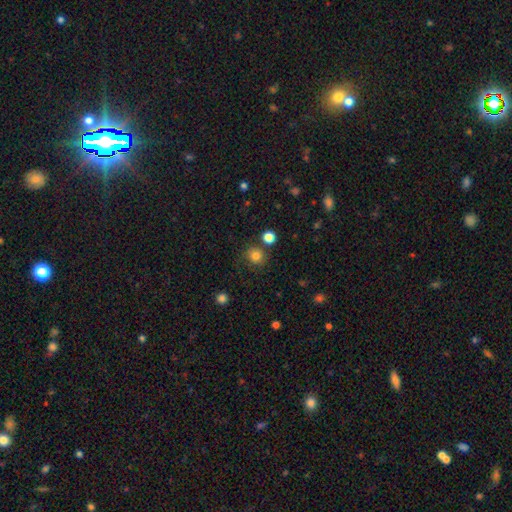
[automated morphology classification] A smooth galaxy with no disk features (80%) that is round (90%).

Vote fractions:
- Smooth or featured? smooth: 80% / star or artifact: 13% / featured or disk: 7%
- How rounded? round: 90% / in between: 9% / cigar-shaped: 1%
- Merging? none: 78% / minor disturbance: 11% / merger: 7% / major disturbance: 5%